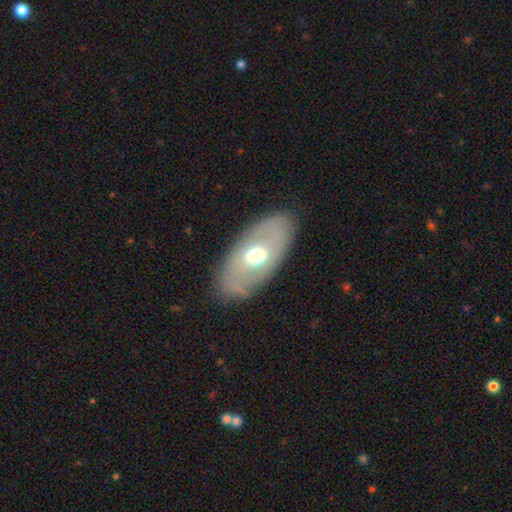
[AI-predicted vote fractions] This is possibly a featured or disk galaxy (51%). It is clearly not viewed edge-on (83%). Merging: clearly none (82%).